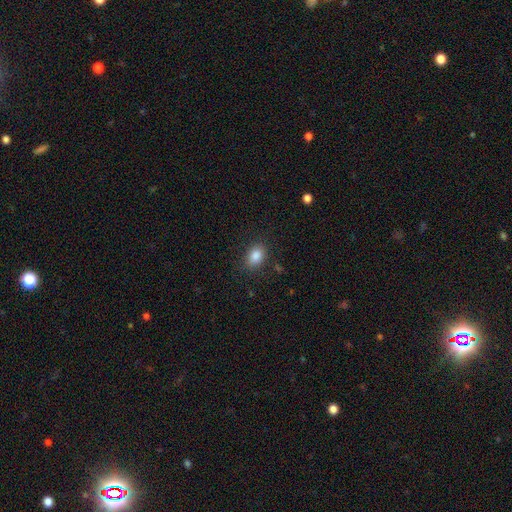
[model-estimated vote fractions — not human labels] Morphology: type=smooth (86%); roundness=in between (76%); merging=none (83%).